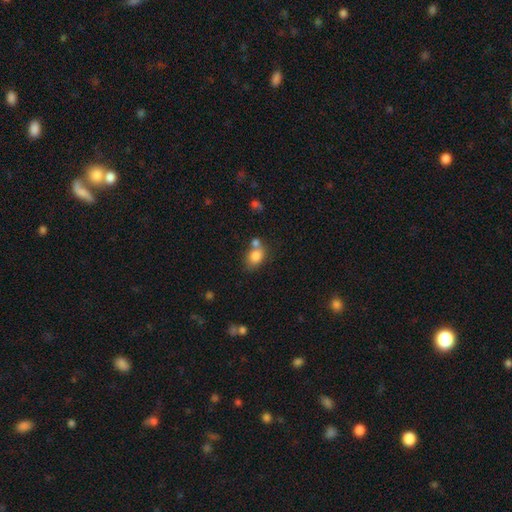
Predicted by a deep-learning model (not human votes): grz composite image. It shows a smooth galaxy with no disk features (81%) that is in between round and cigar-shaped (63%). Merging: none (49%).